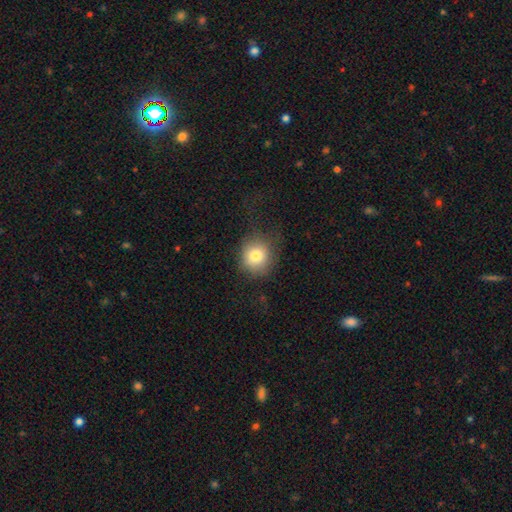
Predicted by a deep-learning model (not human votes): smooth_or_featured: smooth (p=0.79) [alt: star or artifact p=0.11]
how_rounded: round (p=0.83) [alt: in between p=0.16]
merging: none (p=0.70) [alt: minor disturbance p=0.18]